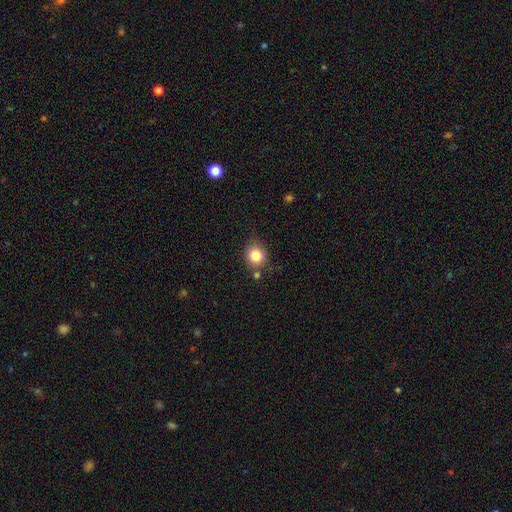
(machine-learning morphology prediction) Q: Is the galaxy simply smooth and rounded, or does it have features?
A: smooth — 83%.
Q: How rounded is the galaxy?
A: round — 84%.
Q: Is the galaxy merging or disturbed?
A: none — 74%.